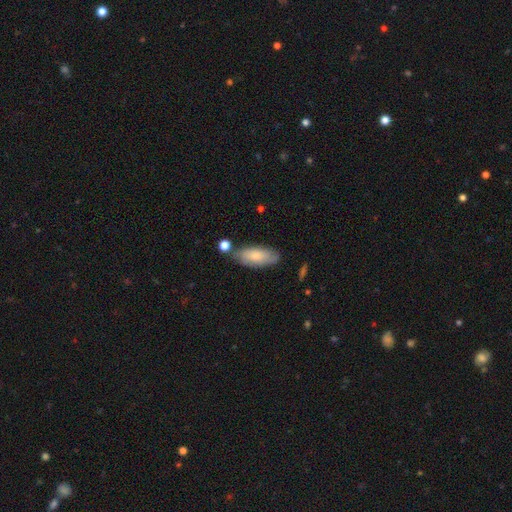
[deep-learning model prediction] Overall: smooth (74%). How rounded: in between (82%). Merging: none (70%).